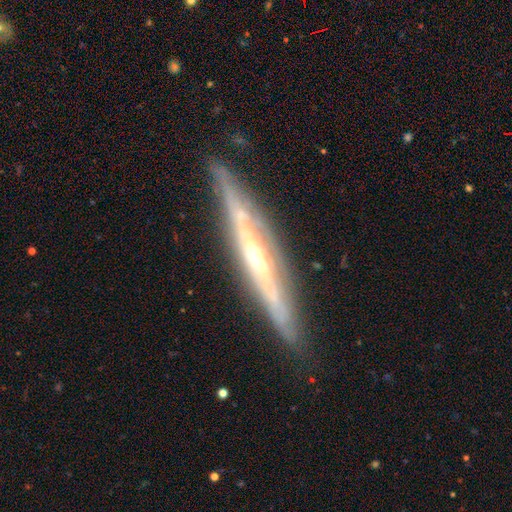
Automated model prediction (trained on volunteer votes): Smooth or featured?
  - featured or disk: 82% *
  - smooth: 12%
  - star or artifact: 6%
Edge-on disk?
  - yes: 91% *
  - no: 9%
Edge-on bulge?
  - rounded: 64% *
  - none: 28%
  - boxy: 8%
Merging?
  - none: 82% *
  - minor disturbance: 13%
  - major disturbance: 3%
  - merger: 2%